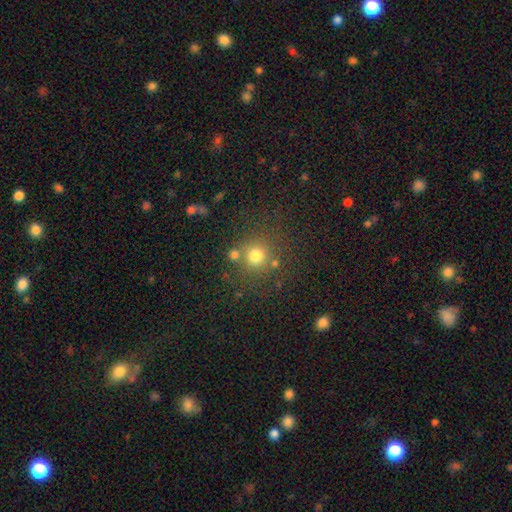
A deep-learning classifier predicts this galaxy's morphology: A smooth galaxy with no disk features (73%) that is round (91%). Merging: none (72%).